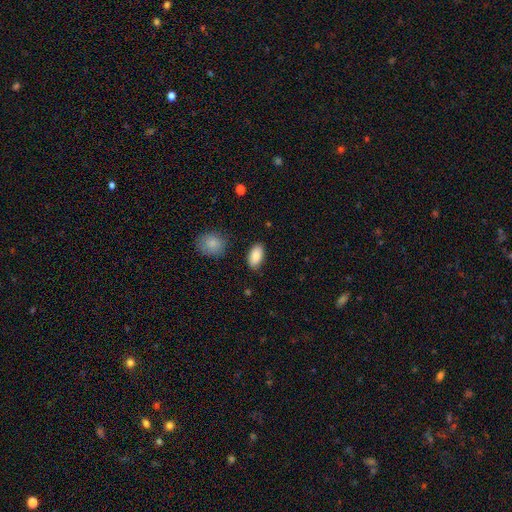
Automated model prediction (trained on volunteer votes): smooth 87%, star or artifact 7%, featured or disk 6%. Down the decision tree: how rounded — in between (94%); merging — none (86%).